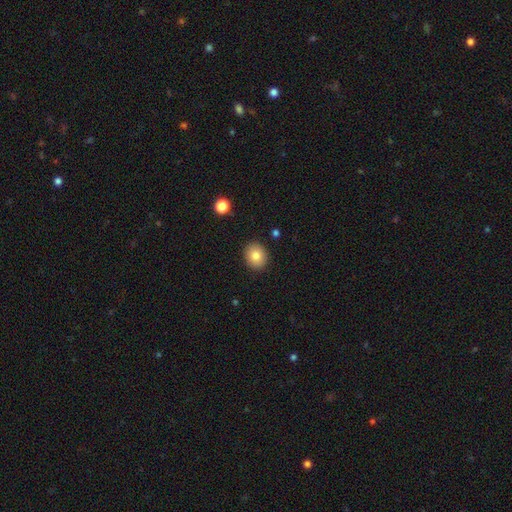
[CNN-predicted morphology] smooth-or-featured: smooth: 83% | star or artifact: 9% | featured or disk: 8%
  how-rounded: round: 68% | in between: 31% | cigar-shaped: 1%
  merging: none: 90% | minor disturbance: 7% | major disturbance: 2% | merger: 1%